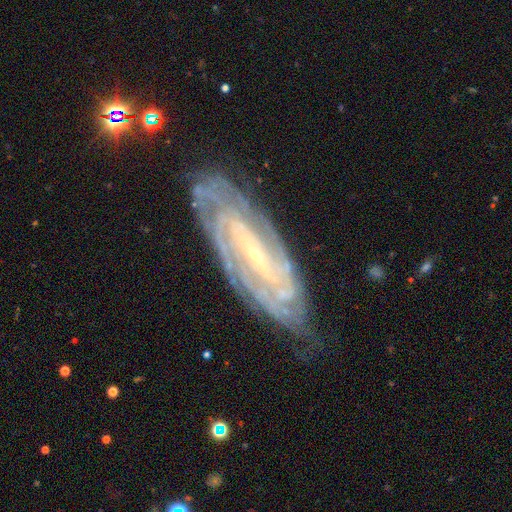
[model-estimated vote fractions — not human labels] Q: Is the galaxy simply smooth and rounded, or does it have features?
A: featured or disk — 89%.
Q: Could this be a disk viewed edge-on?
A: no — 91%.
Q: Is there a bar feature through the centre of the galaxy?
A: strong — 38%.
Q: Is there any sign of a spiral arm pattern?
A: yes — 97%.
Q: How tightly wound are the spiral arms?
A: tight — 74%.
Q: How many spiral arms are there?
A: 2 — 28%.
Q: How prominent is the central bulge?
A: small — 83%.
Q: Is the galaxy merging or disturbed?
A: none — 77%.